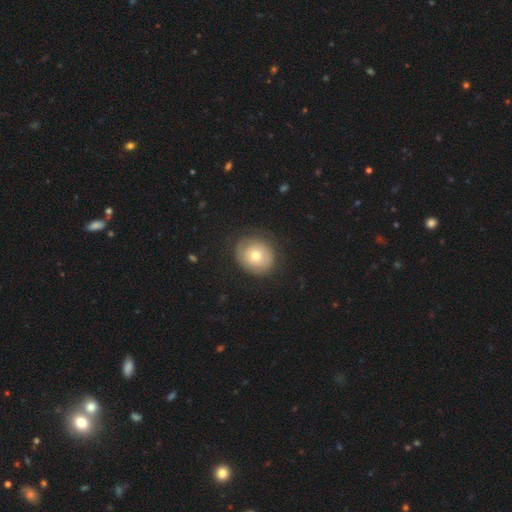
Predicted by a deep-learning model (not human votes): smooth 62%, featured or disk 30%, star or artifact 8%. Down the decision tree: how rounded — round (80%); merging — none (79%).